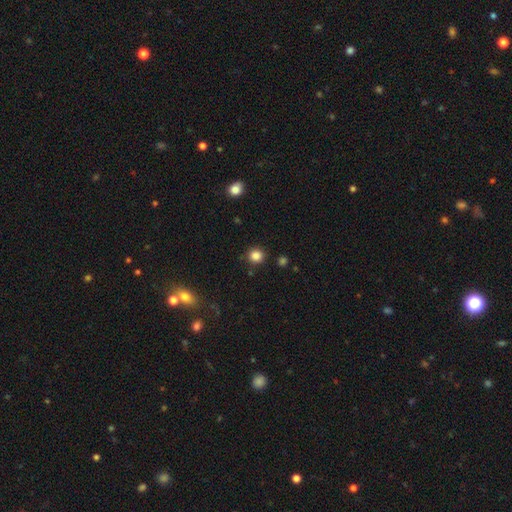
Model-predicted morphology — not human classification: The model was most divided on "smooth or featured": smooth: 84%, star or artifact: 12%, featured or disk: 3%. More confident: how rounded — round (90%); merging — none (88%).